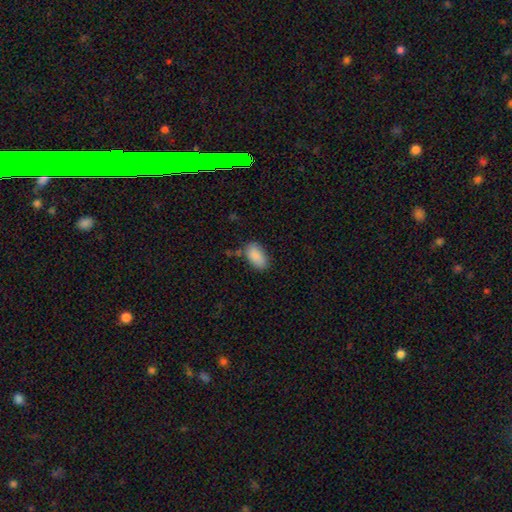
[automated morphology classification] smooth_or_featured: smooth (p=0.89) [alt: star or artifact p=0.07]
how_rounded: in between (p=0.94) [alt: round p=0.04]
merging: none (p=0.74) [alt: minor disturbance p=0.18]